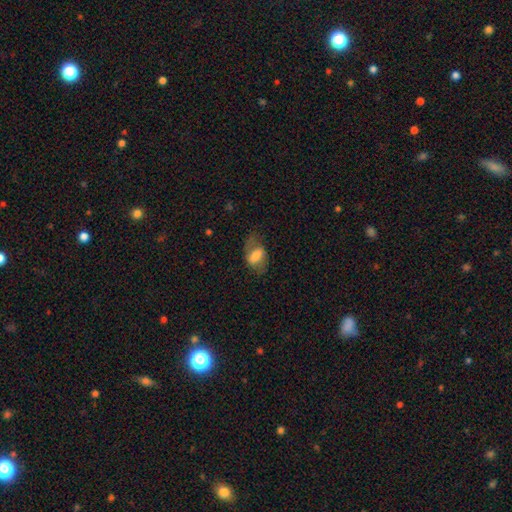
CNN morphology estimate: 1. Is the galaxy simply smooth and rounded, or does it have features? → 56% smooth, 36% featured or disk, 8% star or artifact.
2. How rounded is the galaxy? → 85% in between, 11% round, 4% cigar-shaped.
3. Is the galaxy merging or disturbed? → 59% none, 23% minor disturbance, 17% major disturbance, 2% merger.